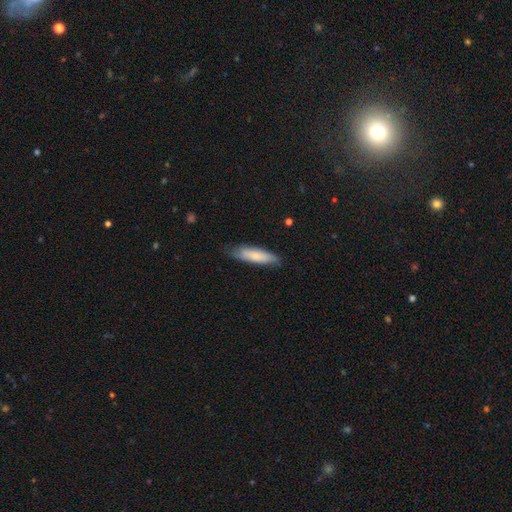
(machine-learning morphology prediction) This appears to be a smooth galaxy with no disk features (76%) that is cigar-shaped (69%). Merging: none (74%).